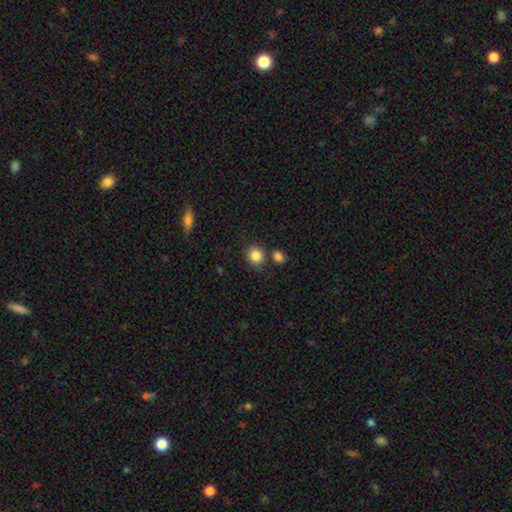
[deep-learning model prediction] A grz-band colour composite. It shows a smooth galaxy with no disk features (85%) that is round (84%). Merging: none (72%).